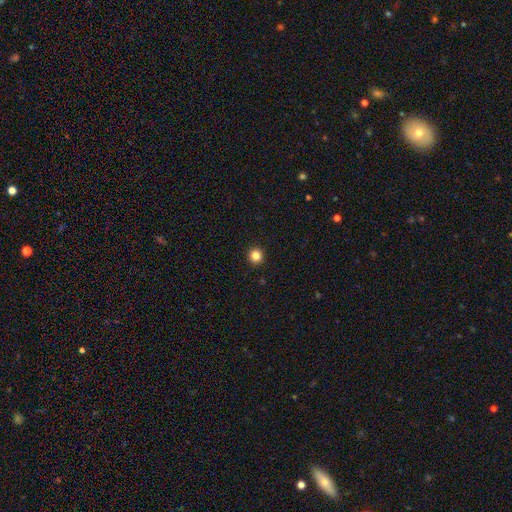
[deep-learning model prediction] smooth_or_featured: smooth (p=0.84) [alt: star or artifact p=0.12]
how_rounded: round (p=0.95) [alt: in between p=0.04]
merging: none (p=0.94) [alt: minor disturbance p=0.04]